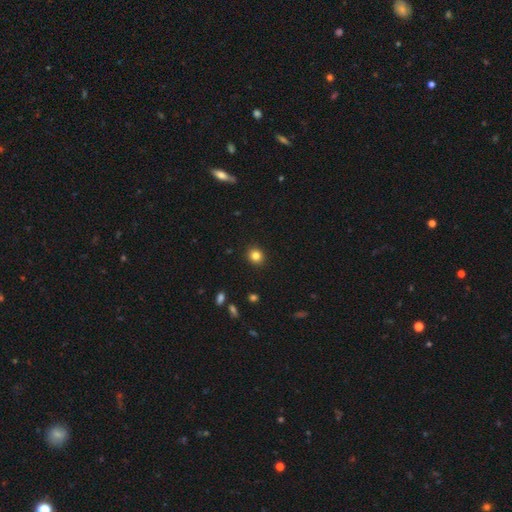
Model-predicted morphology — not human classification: A smooth galaxy with no disk features (82%) that is round (86%). Merging: none (92%).